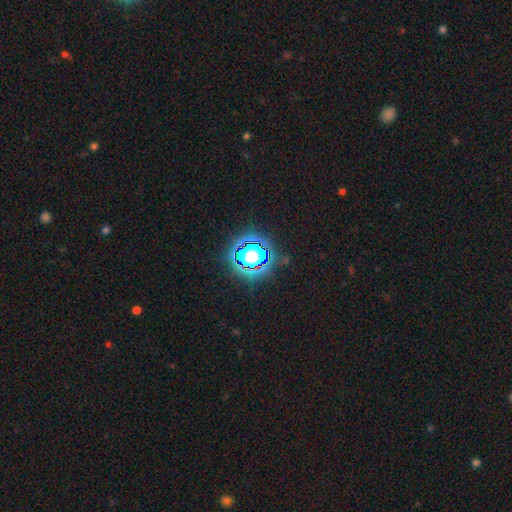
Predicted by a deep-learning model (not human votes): The model was most divided on "smooth or featured": star or artifact: 79%, smooth: 13%, featured or disk: 8%.